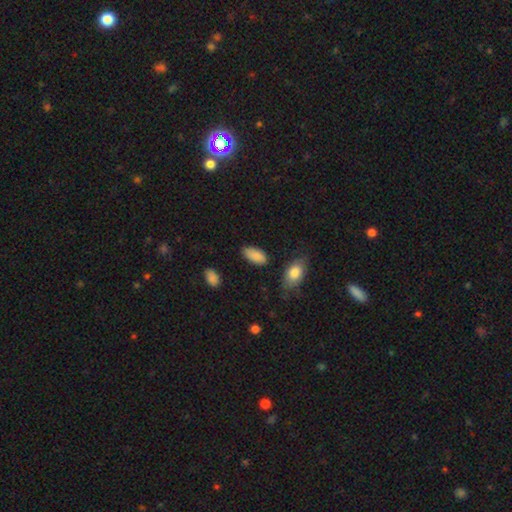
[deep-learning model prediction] This is clearly a smooth galaxy (88%). How rounded: clearly in between (93%). Merging: likely none (79%).